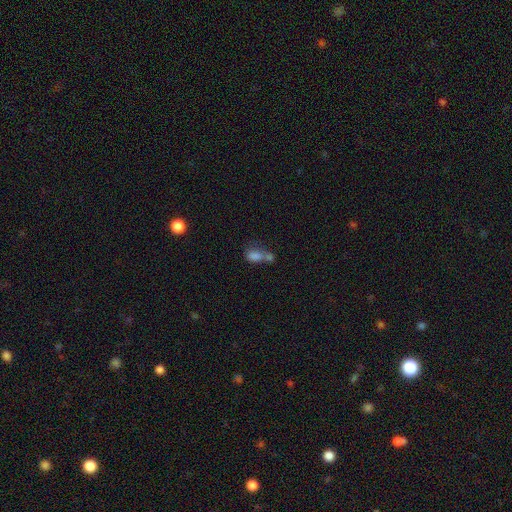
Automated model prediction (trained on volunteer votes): This is likely a smooth galaxy (67%). How rounded: likely in between (72%). Merging: possibly merger (47%).